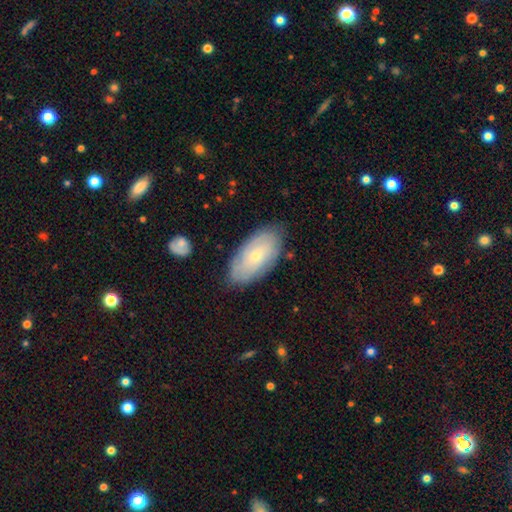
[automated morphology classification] type=featured or disk (54%); edge-on=no (91%); merging=none (80%).